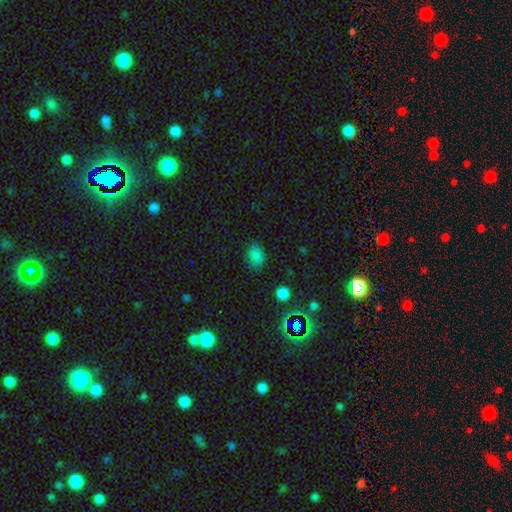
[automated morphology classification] Q: Smooth or featured?
A: smooth (81%); runner-up: star or artifact (14%)
Q: How rounded?
A: in between (67%); runner-up: round (32%)
Q: Merging?
A: none (78%); runner-up: minor disturbance (17%)